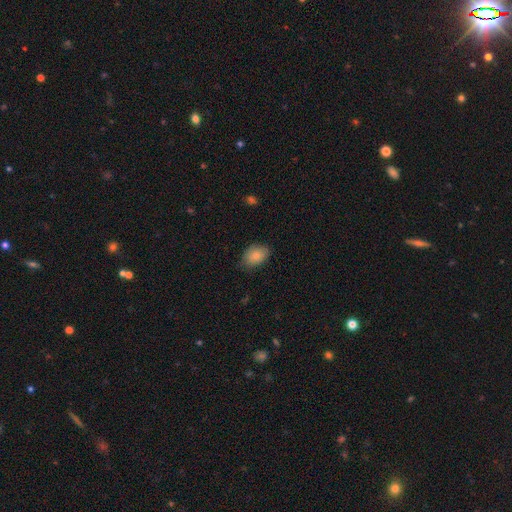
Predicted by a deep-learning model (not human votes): smooth-or-featured: smooth: 84% | featured or disk: 9% | star or artifact: 7%
  how-rounded: in between: 83% | round: 16% | cigar-shaped: 1%
  merging: none: 77% | minor disturbance: 19% | major disturbance: 3% | merger: 1%